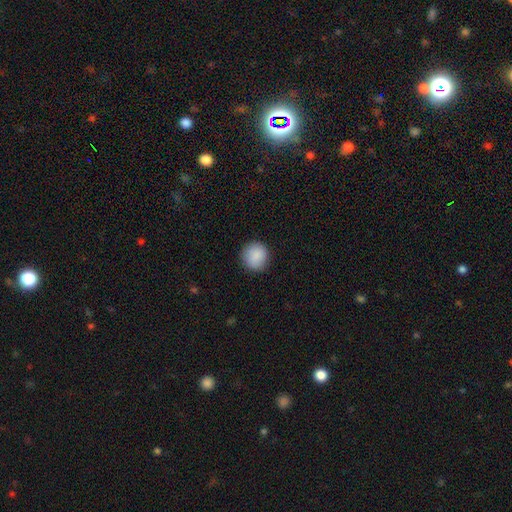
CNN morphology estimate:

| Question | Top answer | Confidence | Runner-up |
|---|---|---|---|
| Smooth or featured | smooth | 89% | star or artifact (7%) |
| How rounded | round | 93% | in between (6%) |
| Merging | none | 89% | minor disturbance (8%) |